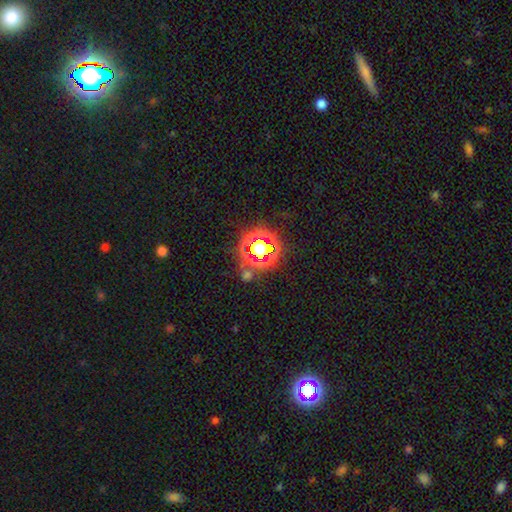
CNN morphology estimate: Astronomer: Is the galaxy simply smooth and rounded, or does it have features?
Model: star or artifact — 75%.